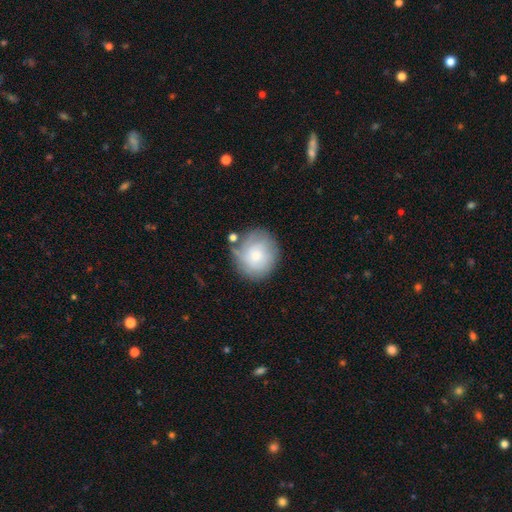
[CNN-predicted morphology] Smooth or featured?
  - smooth: 65% *
  - featured or disk: 27%
  - star or artifact: 8%
How rounded?
  - round: 84% *
  - in between: 15%
  - cigar-shaped: 1%
Merging?
  - none: 65% *
  - minor disturbance: 21%
  - major disturbance: 8%
  - merger: 6%